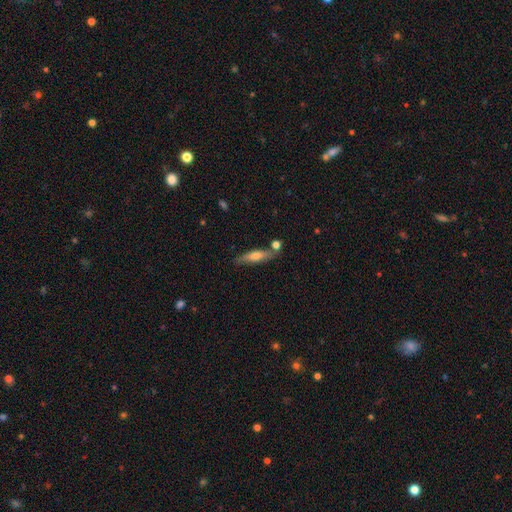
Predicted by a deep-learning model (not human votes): Morphology: type=smooth (55%); roundness=cigar-shaped (79%); merging=none (74%).